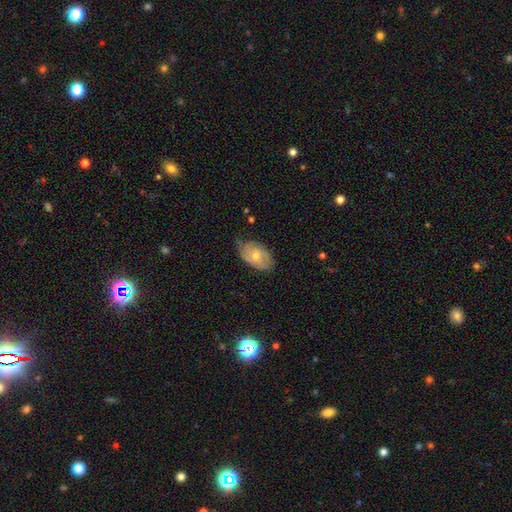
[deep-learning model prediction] smooth-or-featured: featured or disk: 54% | smooth: 37% | star or artifact: 9%
  disk-edge-on: no: 92% | yes: 8%
  merging: none: 68% | minor disturbance: 25% | major disturbance: 6% | merger: 1%